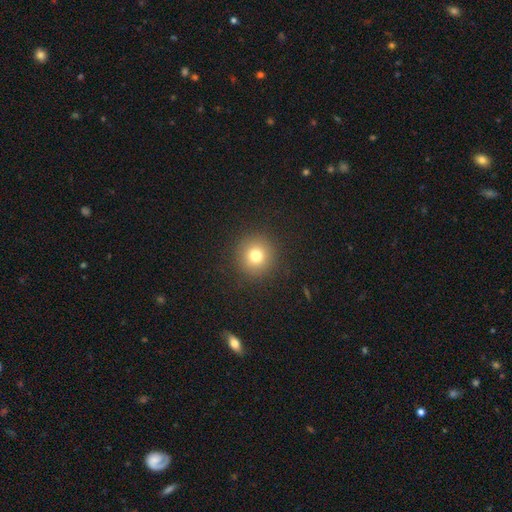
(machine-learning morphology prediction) This is likely a smooth galaxy (76%). How rounded: clearly round (94%). Merging: clearly none (91%).